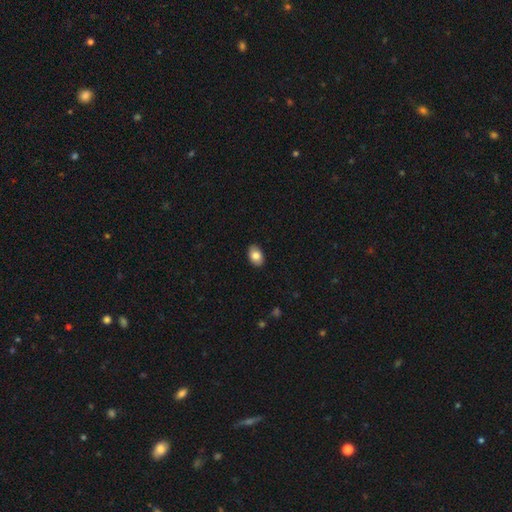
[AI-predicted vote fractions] This appears to be a smooth galaxy with no disk features (82%) that is in between round and cigar-shaped (88%). Merging: none (89%).